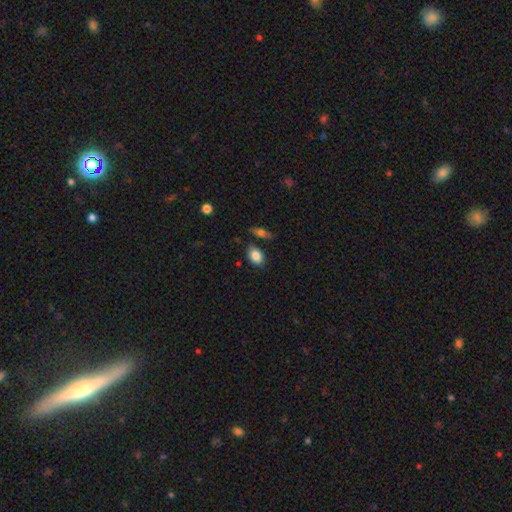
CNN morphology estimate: Overall: smooth (86%). How rounded: in between (83%). Merging: none (77%).